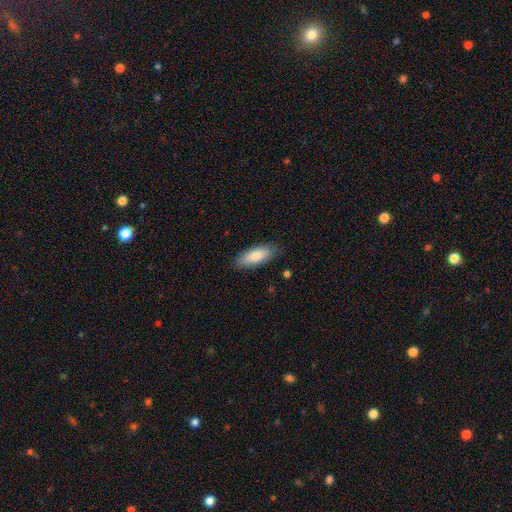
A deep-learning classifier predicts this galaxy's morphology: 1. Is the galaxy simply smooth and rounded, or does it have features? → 79% smooth, 15% featured or disk, 6% star or artifact.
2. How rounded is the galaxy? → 75% in between, 23% cigar-shaped, 2% round.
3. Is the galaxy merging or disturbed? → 85% none, 12% minor disturbance, 2% major disturbance, 1% merger.